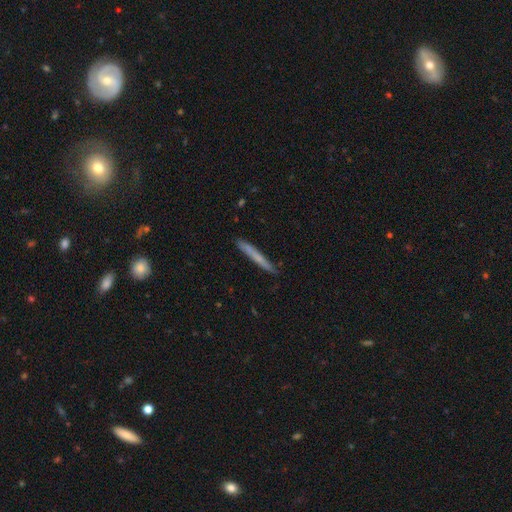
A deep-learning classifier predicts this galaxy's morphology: The model was most divided on "smooth or featured": smooth: 56%, featured or disk: 37%, star or artifact: 7%. More confident: how rounded — cigar-shaped (97%); merging — none (87%).